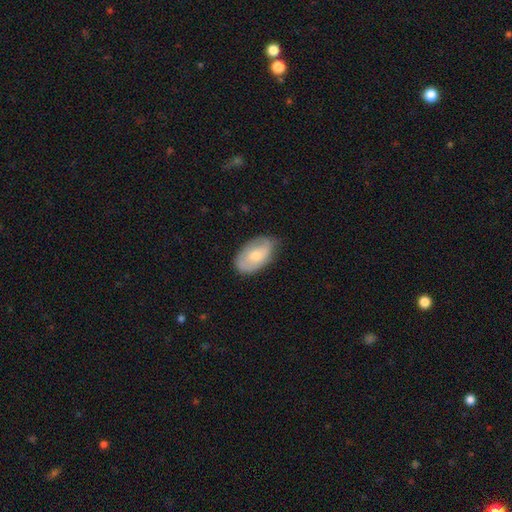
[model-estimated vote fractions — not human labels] Smooth or featured: smooth — 58% (featured or disk — 36%)
How rounded: in between — 92% (round — 6%)
Merging: none — 71% (minor disturbance — 23%)